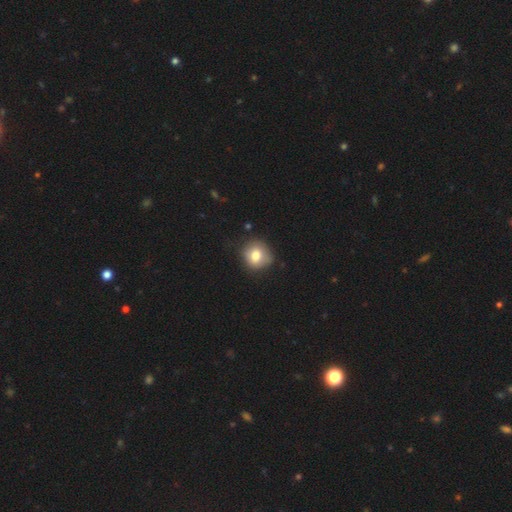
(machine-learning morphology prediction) The model was most divided on "merging": none: 74%, minor disturbance: 20%, major disturbance: 4%, merger: 2%. More confident: how rounded — round (83%); smooth or featured — smooth (77%).